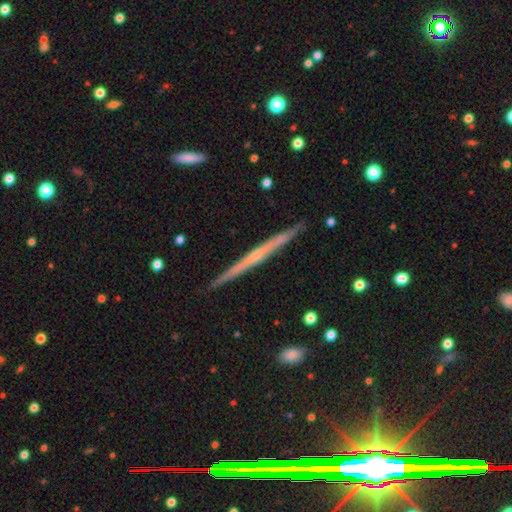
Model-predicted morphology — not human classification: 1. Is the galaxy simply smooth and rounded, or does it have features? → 71% featured or disk, 23% smooth, 6% star or artifact.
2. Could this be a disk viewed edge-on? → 98% yes, 2% no.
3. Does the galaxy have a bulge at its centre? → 63% none, 32% rounded, 5% boxy.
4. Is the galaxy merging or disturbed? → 89% none, 8% minor disturbance, 1% merger, 1% major disturbance.